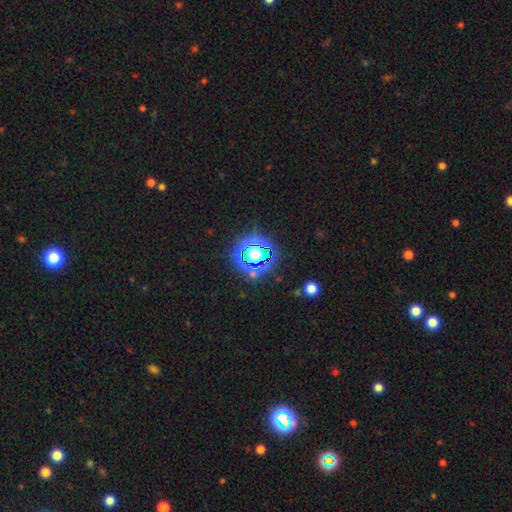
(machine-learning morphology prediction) Smooth or featured: star or artifact — 63% (smooth — 25%)